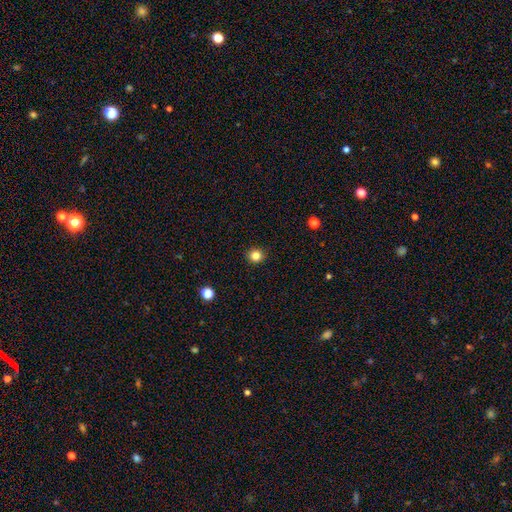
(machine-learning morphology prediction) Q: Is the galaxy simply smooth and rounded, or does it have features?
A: smooth — 83%.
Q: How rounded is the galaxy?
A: round — 91%.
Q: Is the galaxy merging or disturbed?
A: none — 92%.